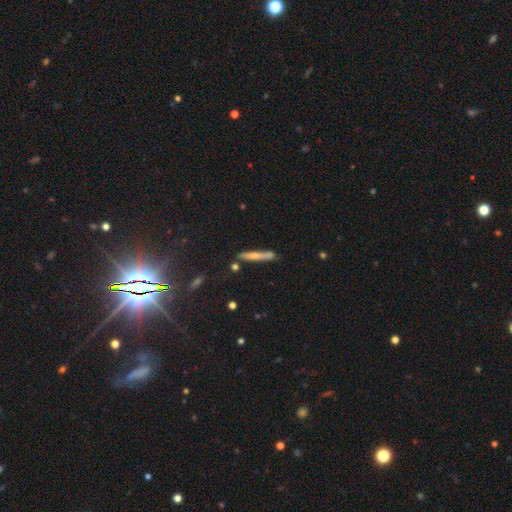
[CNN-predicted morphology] Smooth or featured? Predicted: smooth (p=0.54). How rounded? Predicted: cigar-shaped (p=0.94). Merging? Predicted: none (p=0.79).